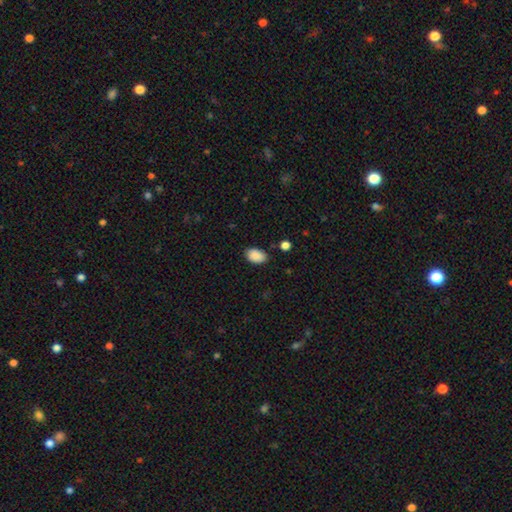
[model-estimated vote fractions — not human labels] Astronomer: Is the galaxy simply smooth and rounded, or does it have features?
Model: smooth — 89%.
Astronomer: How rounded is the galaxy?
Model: in between — 88%.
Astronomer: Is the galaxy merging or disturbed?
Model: none — 79%.